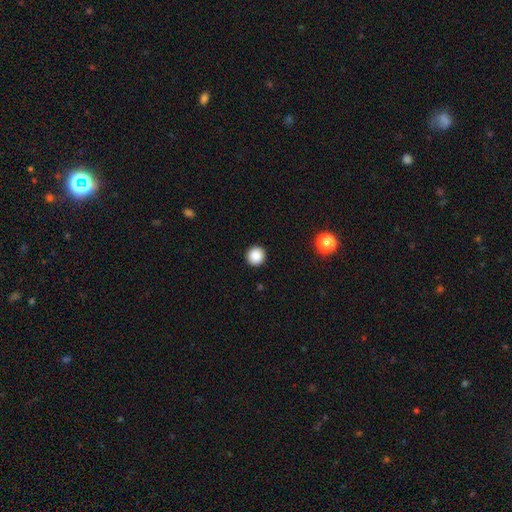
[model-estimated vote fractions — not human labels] Smooth or featured? Predicted: smooth (p=0.87). How rounded? Predicted: round (p=0.95). Merging? Predicted: none (p=0.93).